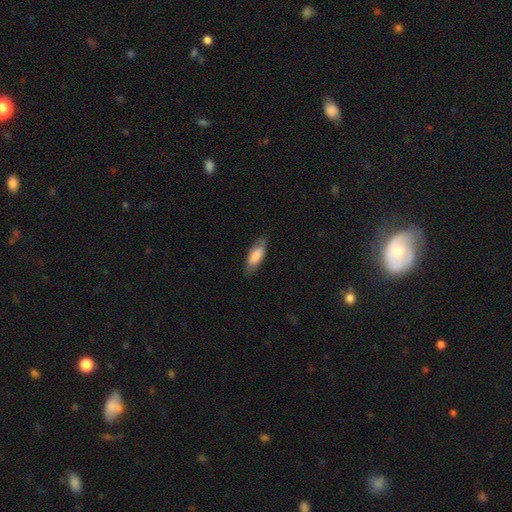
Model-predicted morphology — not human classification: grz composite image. It shows a smooth galaxy with no disk features (78%) that is in between round and cigar-shaped (74%). Merging: none (77%).